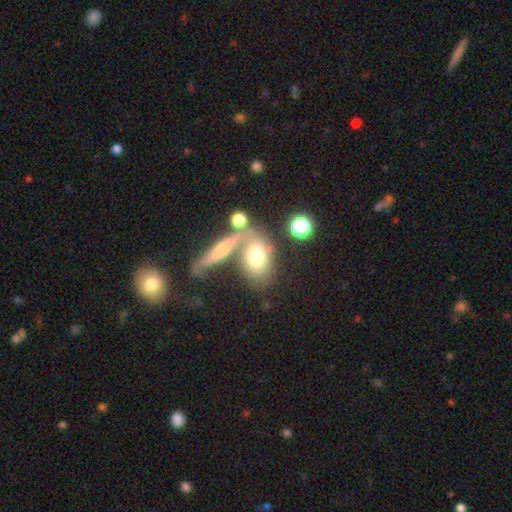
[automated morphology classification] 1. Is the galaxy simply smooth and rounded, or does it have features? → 62% smooth, 28% featured or disk, 9% star or artifact.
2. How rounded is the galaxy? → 71% in between, 22% round, 8% cigar-shaped.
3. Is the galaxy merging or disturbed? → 40% none, 38% merger, 13% minor disturbance, 9% major disturbance.